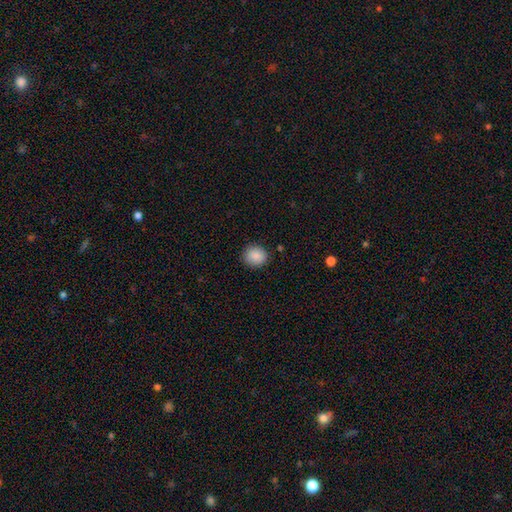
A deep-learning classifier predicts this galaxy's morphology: smooth_or_featured: smooth (p=0.89) [alt: star or artifact p=0.08]
how_rounded: round (p=0.81) [alt: in between p=0.18]
merging: none (p=0.89) [alt: minor disturbance p=0.08]